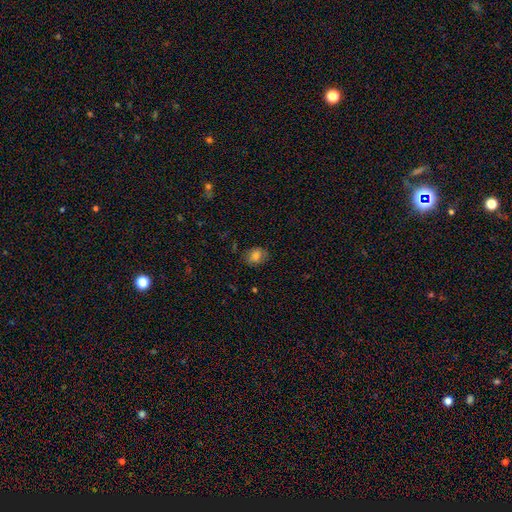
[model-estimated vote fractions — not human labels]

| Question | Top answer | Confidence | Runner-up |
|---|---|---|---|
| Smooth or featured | smooth | 78% | featured or disk (11%) |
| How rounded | in between | 59% | round (40%) |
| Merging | none | 74% | minor disturbance (19%) |